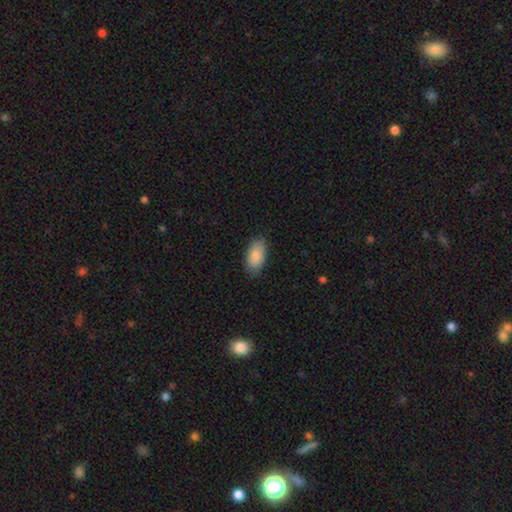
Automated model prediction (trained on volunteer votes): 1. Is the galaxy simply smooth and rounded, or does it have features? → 87% smooth, 7% featured or disk, 6% star or artifact.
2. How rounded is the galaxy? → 94% in between, 3% round, 3% cigar-shaped.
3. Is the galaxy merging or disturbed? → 80% none, 16% minor disturbance, 3% major disturbance, 1% merger.